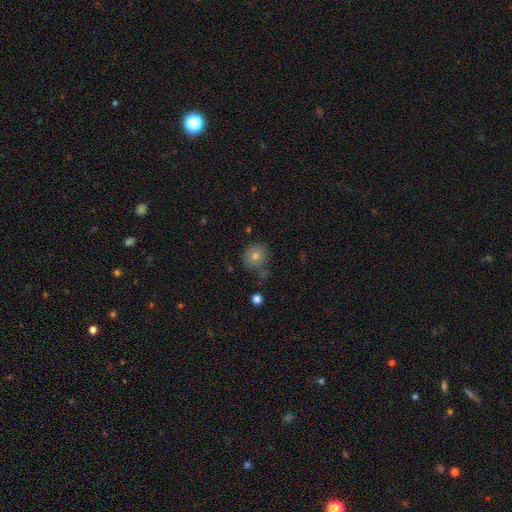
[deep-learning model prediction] A smooth galaxy with no disk features (72%) that is round (91%).

Vote fractions:
- Smooth or featured? smooth: 72% / featured or disk: 14% / star or artifact: 14%
- How rounded? round: 91% / in between: 8% / cigar-shaped: 1%
- Merging? none: 72% / minor disturbance: 17% / merger: 6% / major disturbance: 5%